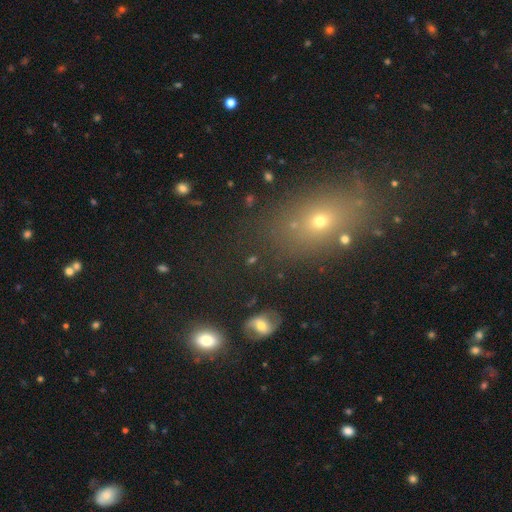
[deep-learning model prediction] This is possibly a smooth galaxy (52%). How rounded: likely in between (64%). Merging: likely none (79%).